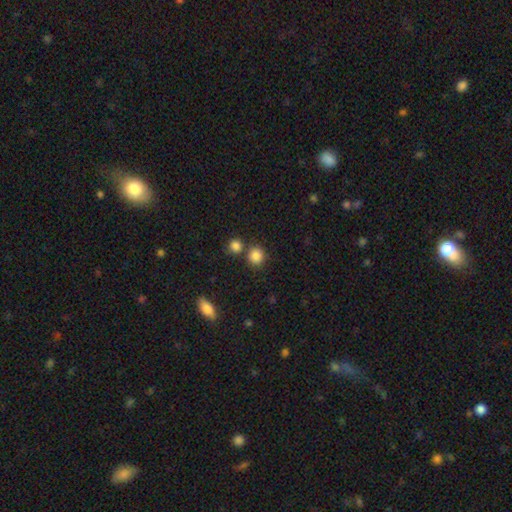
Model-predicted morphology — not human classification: Smooth or featured? smooth (85%)
How rounded? round (83%)
Merging? none (70%)